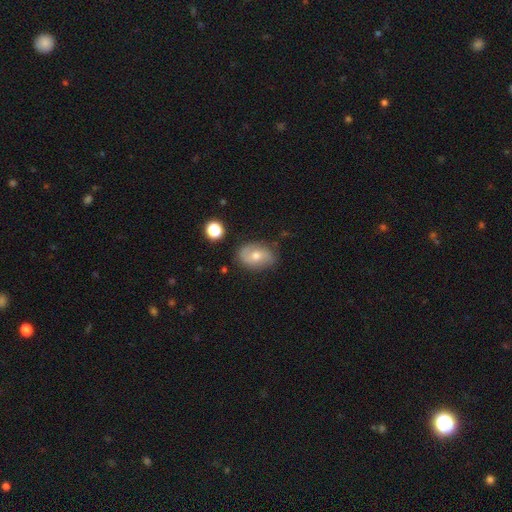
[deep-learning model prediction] smooth-or-featured: featured or disk: 47% | smooth: 44% | star or artifact: 9%
  merging: none: 72% | minor disturbance: 20% | major disturbance: 5% | merger: 2%